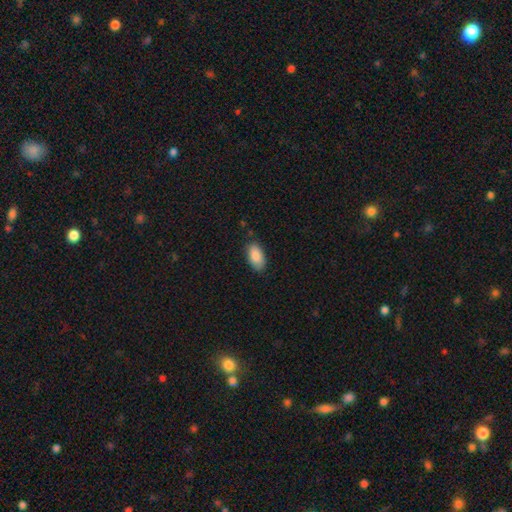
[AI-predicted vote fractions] The model was most divided on "merging": none: 81%, minor disturbance: 15%, major disturbance: 3%, merger: 1%. More confident: how rounded — in between (94%); smooth or featured — smooth (88%).